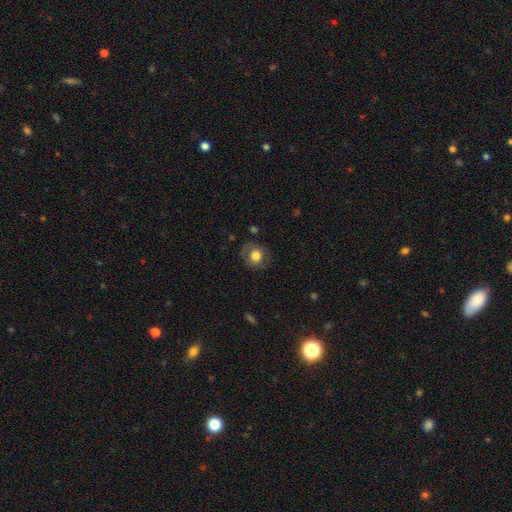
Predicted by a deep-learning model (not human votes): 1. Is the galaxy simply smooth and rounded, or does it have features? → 72% smooth, 19% featured or disk, 9% star or artifact.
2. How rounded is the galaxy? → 77% round, 22% in between, 1% cigar-shaped.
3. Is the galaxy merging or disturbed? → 78% none, 15% minor disturbance, 5% major disturbance, 1% merger.